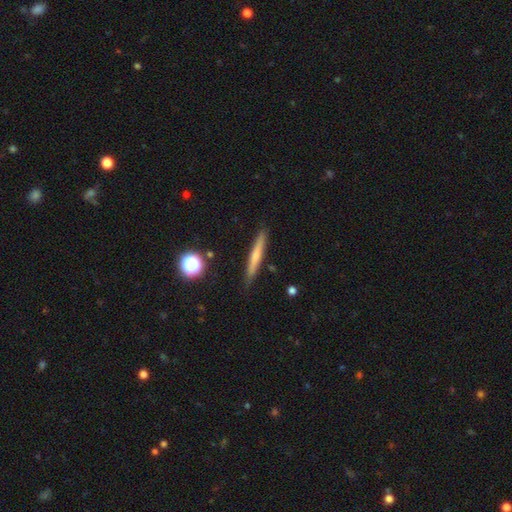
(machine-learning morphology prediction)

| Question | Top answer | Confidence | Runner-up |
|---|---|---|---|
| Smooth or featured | smooth | 57% | featured or disk (35%) |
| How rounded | cigar-shaped | 95% | in between (4%) |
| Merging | none | 88% | minor disturbance (9%) |